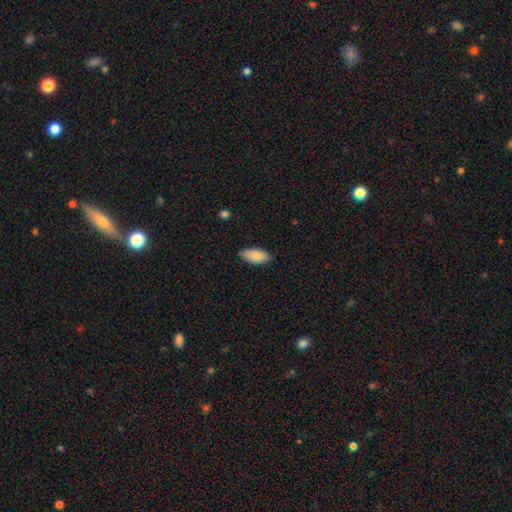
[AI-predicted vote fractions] This appears to be a smooth galaxy with no disk features (90%) that is in between round and cigar-shaped (92%). Merging: none (84%).